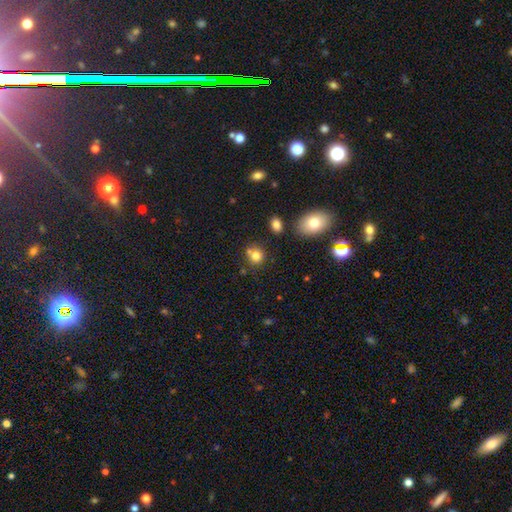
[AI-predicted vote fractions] Smooth or featured? smooth (79%)
How rounded? round (81%)
Merging? none (62%)